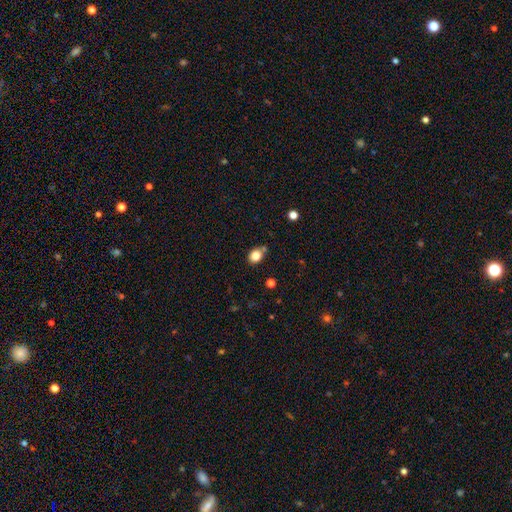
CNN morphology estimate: smooth_or_featured: smooth (p=0.82) [alt: star or artifact p=0.11]
how_rounded: round (p=0.54) [alt: in between p=0.45]
merging: none (p=0.71) [alt: minor disturbance p=0.16]